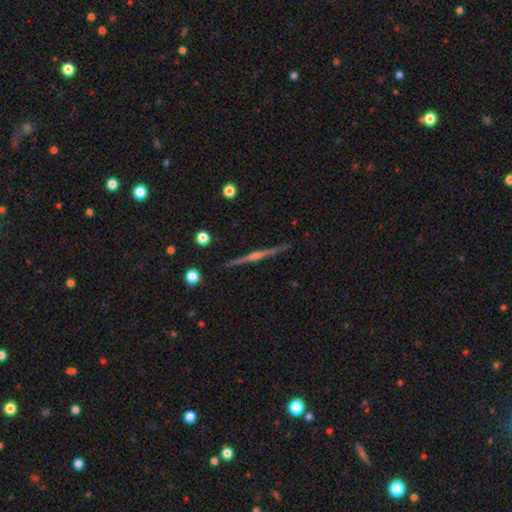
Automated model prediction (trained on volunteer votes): Smooth or featured?
  - featured or disk: 84% *
  - smooth: 9%
  - star or artifact: 7%
Edge-on disk?
  - yes: 98% *
  - no: 2%
Edge-on bulge?
  - rounded: 85% *
  - none: 9%
  - boxy: 7%
Merging?
  - none: 92% *
  - minor disturbance: 6%
  - major disturbance: 1%
  - merger: 1%